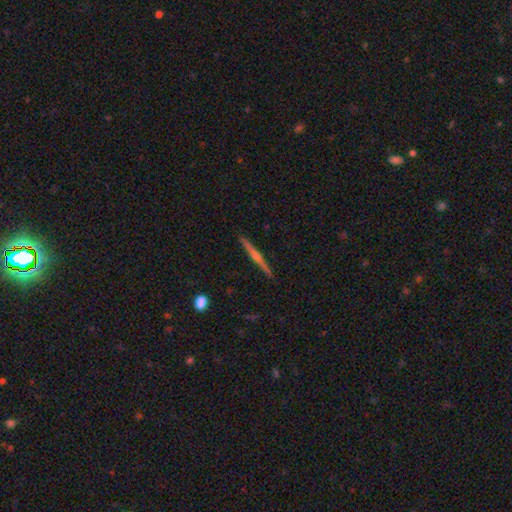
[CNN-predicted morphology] smooth-or-featured: featured or disk: 76% | smooth: 17% | star or artifact: 6%
  disk-edge-on: yes: 98% | no: 2%
    edge-on-bulge: rounded: 85% | none: 10% | boxy: 6%
  merging: none: 92% | minor disturbance: 5% | major disturbance: 1% | merger: 1%